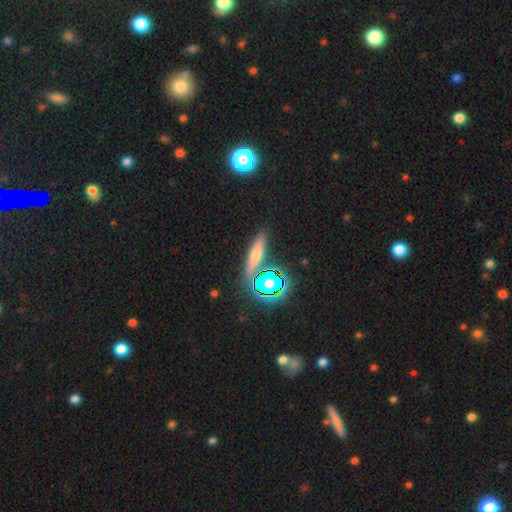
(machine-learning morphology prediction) type=smooth (53%); roundness=cigar-shaped (67%); merging=none (81%).